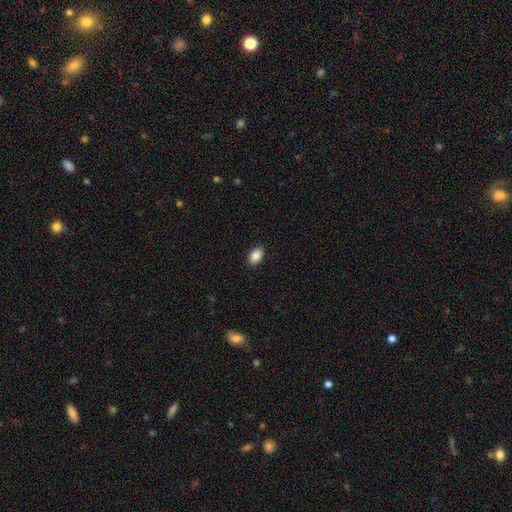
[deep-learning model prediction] Smooth or featured: smooth — 88% (star or artifact — 8%)
How rounded: in between — 89% (round — 10%)
Merging: none — 90% (minor disturbance — 7%)